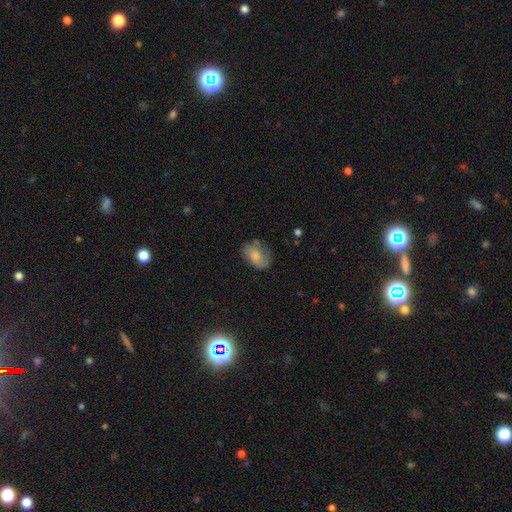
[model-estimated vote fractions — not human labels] Smooth or featured?
  - smooth: 67% *
  - featured or disk: 24%
  - star or artifact: 8%
How rounded?
  - in between: 78% *
  - round: 21%
  - cigar-shaped: 1%
Merging?
  - none: 59% *
  - minor disturbance: 28%
  - major disturbance: 12%
  - merger: 2%